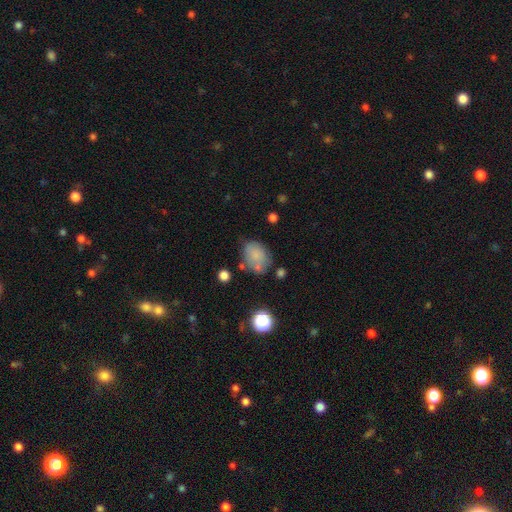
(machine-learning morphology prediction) smooth_or_featured: smooth (p=0.75) [alt: featured or disk p=0.15]
how_rounded: in between (p=0.61) [alt: round p=0.38]
merging: none (p=0.57) [alt: minor disturbance p=0.23]